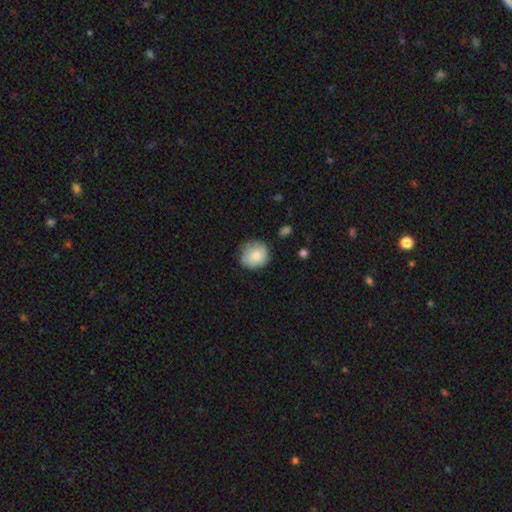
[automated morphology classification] The model was most divided on "merging": none: 73%, minor disturbance: 21%, major disturbance: 4%, merger: 2%. More confident: how rounded — round (84%); smooth or featured — smooth (80%).